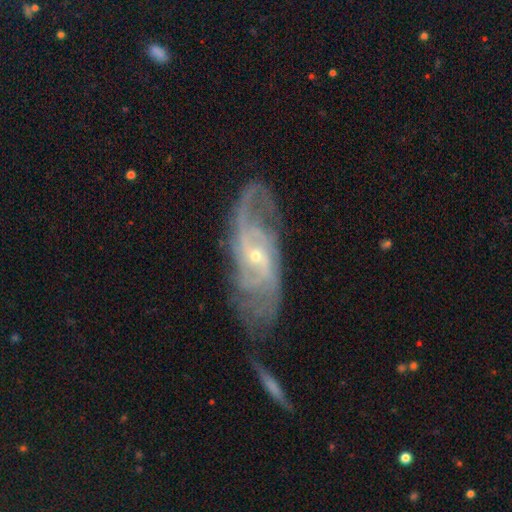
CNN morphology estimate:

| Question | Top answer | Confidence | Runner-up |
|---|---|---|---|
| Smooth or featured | featured or disk | 88% | star or artifact (6%) |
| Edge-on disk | no | 93% | yes (7%) |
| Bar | no | 51% | weak (36%) |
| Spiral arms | yes | 96% | no (4%) |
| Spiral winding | medium | 44% | tight (37%) |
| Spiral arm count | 2 | 47% | can't tell (21%) |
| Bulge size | small | 74% | moderate (23%) |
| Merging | none | 63% | minor disturbance (20%) |